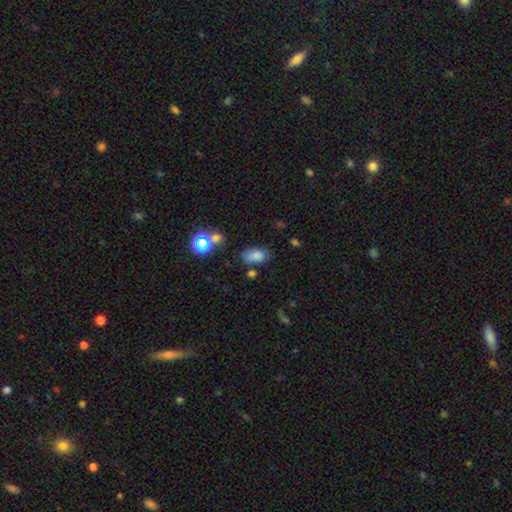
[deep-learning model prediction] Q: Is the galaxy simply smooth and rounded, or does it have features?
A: smooth — 76%.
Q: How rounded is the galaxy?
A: in between — 90%.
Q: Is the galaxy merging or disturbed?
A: none — 62%.